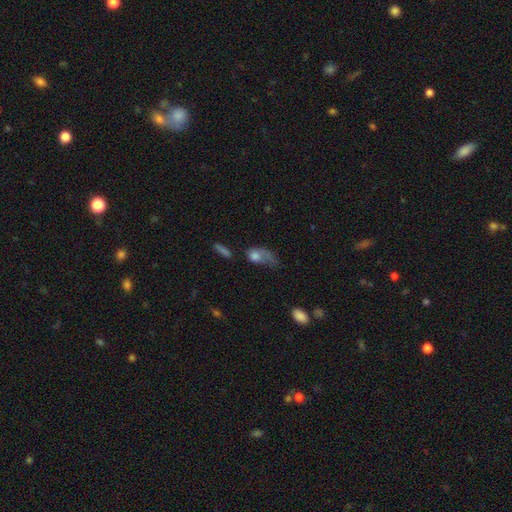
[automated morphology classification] This is likely a smooth galaxy (65%). How rounded: likely in between (71%). Merging: possibly major disturbance (53%).